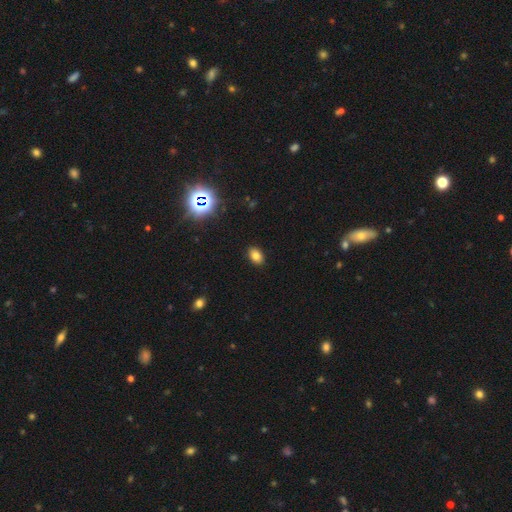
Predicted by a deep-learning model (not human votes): The model was most divided on "smooth or featured": smooth: 80%, star or artifact: 13%, featured or disk: 7%. More confident: merging — none (90%); how rounded — in between (84%).